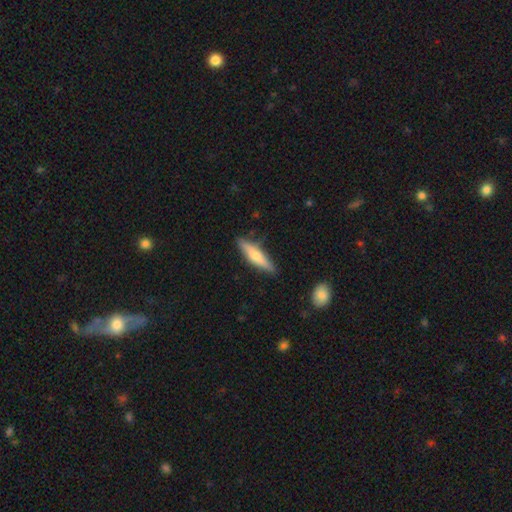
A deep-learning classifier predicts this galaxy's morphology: smooth 56%, featured or disk 38%, star or artifact 6%. Down the decision tree: how rounded — cigar-shaped (78%); merging — none (84%).